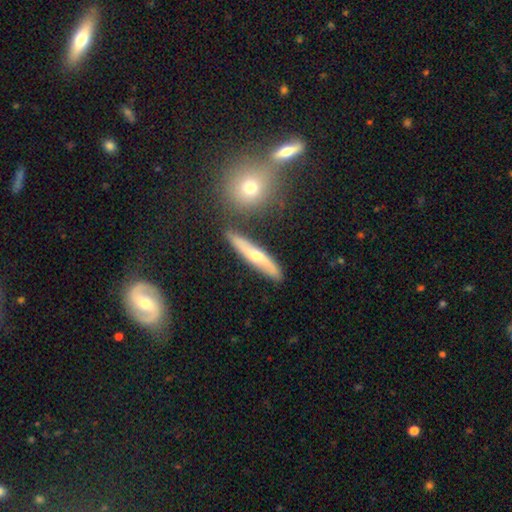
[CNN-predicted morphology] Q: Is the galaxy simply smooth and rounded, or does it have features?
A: featured or disk — 54%.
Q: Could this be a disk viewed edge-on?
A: yes — 77%.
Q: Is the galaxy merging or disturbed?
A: none — 80%.